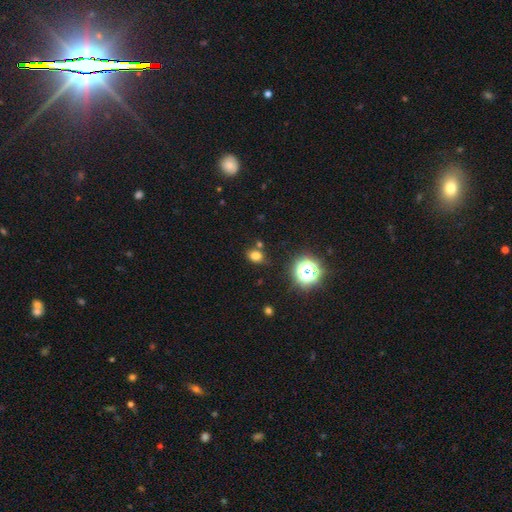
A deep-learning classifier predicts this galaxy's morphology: The model was most divided on "how rounded": in between: 56%, round: 42%, cigar-shaped: 1%. More confident: merging — none (74%); smooth or featured — smooth (73%).